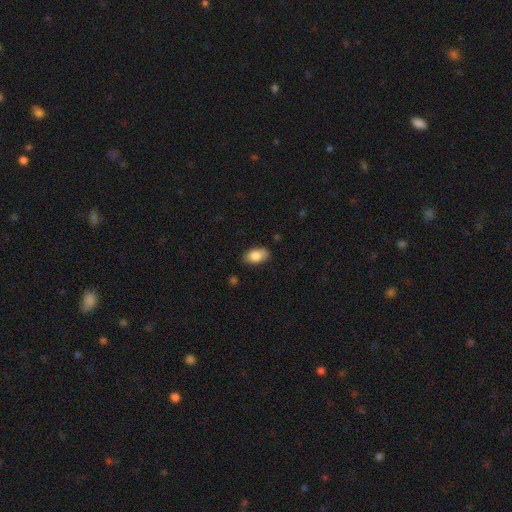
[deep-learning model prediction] Q: Smooth or featured?
A: smooth (83%); runner-up: featured or disk (10%)
Q: How rounded?
A: in between (91%); runner-up: round (7%)
Q: Merging?
A: none (77%); runner-up: minor disturbance (19%)